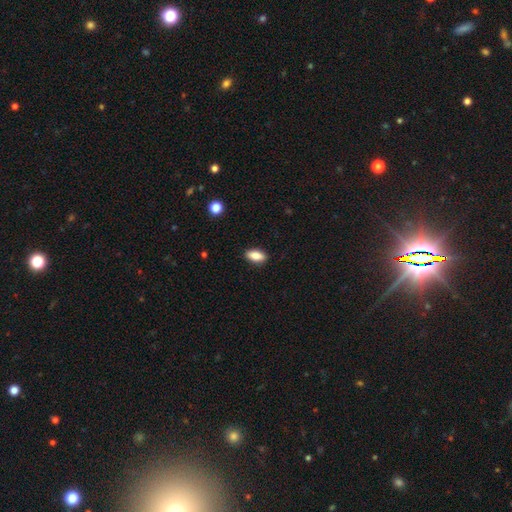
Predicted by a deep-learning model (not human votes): The model was most divided on "smooth or featured": smooth: 86%, star or artifact: 7%, featured or disk: 7%. More confident: merging — none (89%); how rounded — in between (88%).